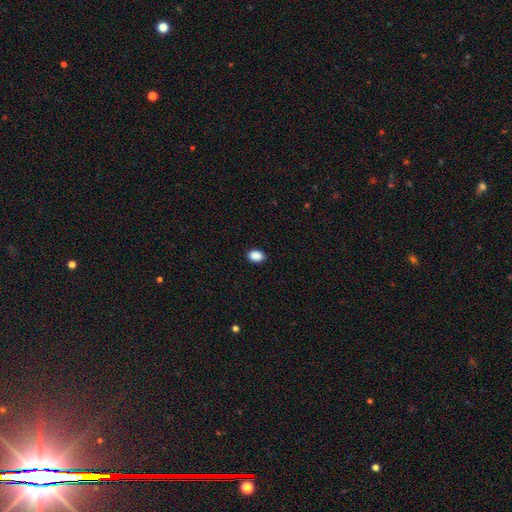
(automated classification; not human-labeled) smooth_or_featured: smooth (p=0.90) [alt: star or artifact p=0.08]
how_rounded: in between (p=0.78) [alt: round p=0.21]
merging: none (p=0.90) [alt: minor disturbance p=0.07]